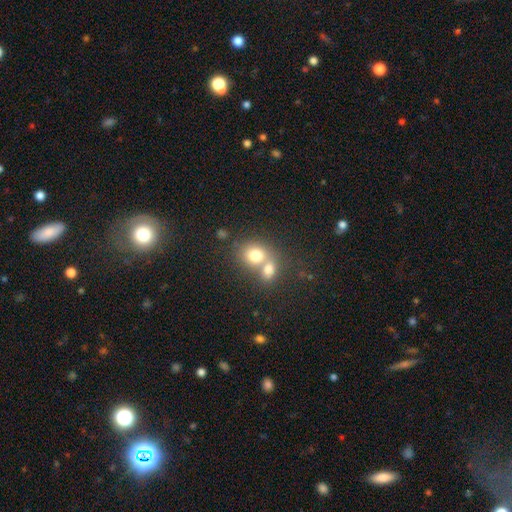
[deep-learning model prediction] smooth 75%, featured or disk 14%, star or artifact 11%. Down the decision tree: how rounded — round (60%); merging — merger (60%).